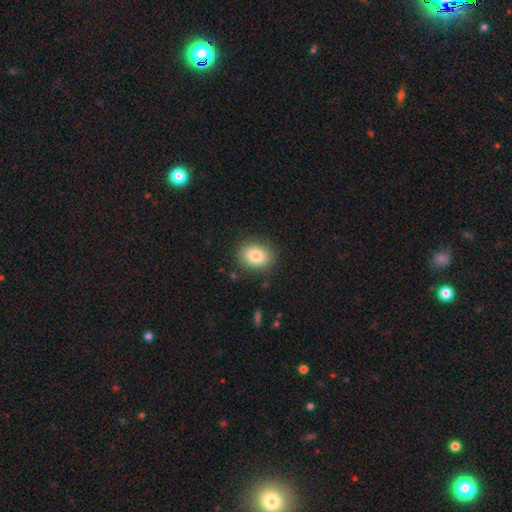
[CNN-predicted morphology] Q: Smooth or featured?
A: smooth (84%); runner-up: star or artifact (8%)
Q: How rounded?
A: in between (63%); runner-up: round (36%)
Q: Merging?
A: none (86%); runner-up: minor disturbance (10%)